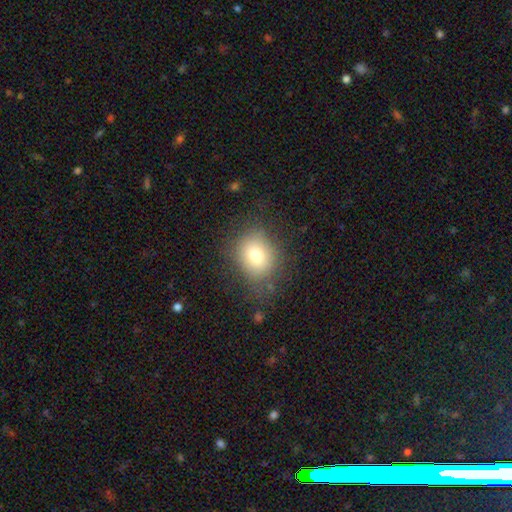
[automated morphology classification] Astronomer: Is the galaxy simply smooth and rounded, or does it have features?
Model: smooth — 75%.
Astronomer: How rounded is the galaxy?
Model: round — 63%.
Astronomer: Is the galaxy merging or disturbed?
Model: none — 74%.